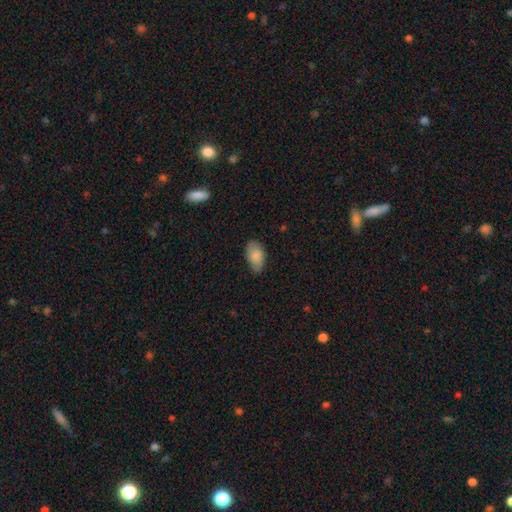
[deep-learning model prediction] Overall: smooth (84%). How rounded: in between (94%). Merging: none (72%).